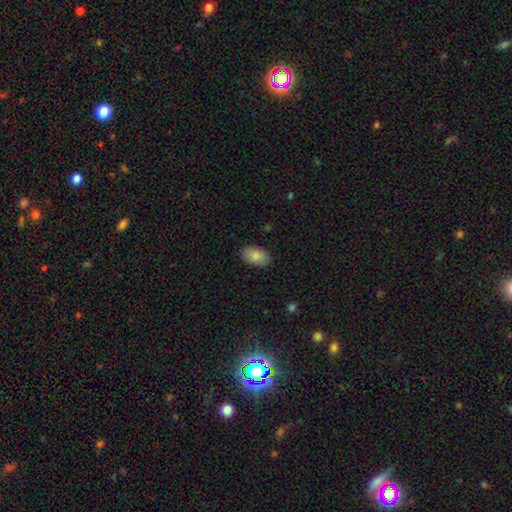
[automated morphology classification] smooth_or_featured: smooth (p=0.86) [alt: featured or disk p=0.07]
how_rounded: in between (p=0.92) [alt: round p=0.06]
merging: none (p=0.87) [alt: minor disturbance p=0.10]